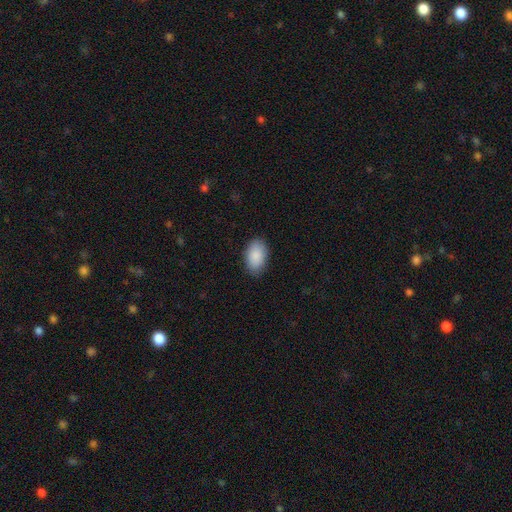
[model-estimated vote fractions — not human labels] Smooth or featured?
  - smooth: 89% *
  - star or artifact: 6%
  - featured or disk: 5%
How rounded?
  - in between: 93% *
  - round: 6%
  - cigar-shaped: 1%
Merging?
  - none: 86% *
  - minor disturbance: 11%
  - major disturbance: 2%
  - merger: 1%